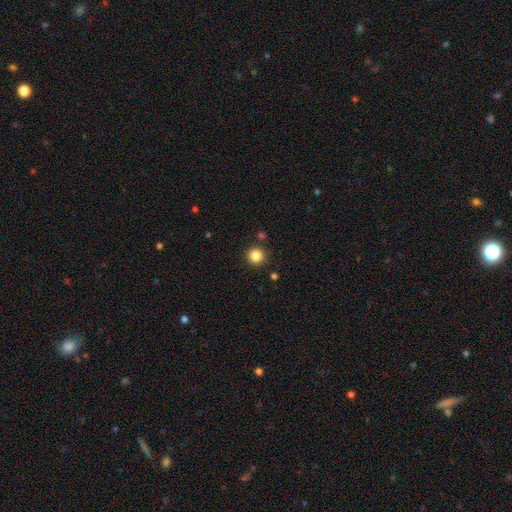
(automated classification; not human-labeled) Smooth or featured? Predicted: smooth (p=0.85). How rounded? Predicted: round (p=0.95). Merging? Predicted: none (p=0.89).